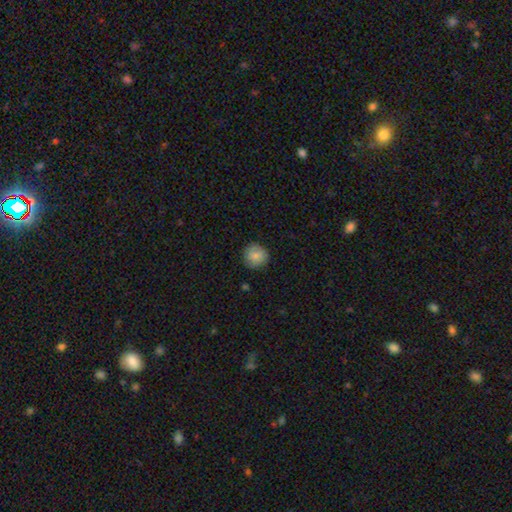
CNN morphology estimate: smooth-or-featured: smooth: 83% | featured or disk: 10% | star or artifact: 8%
  how-rounded: round: 93% | in between: 6% | cigar-shaped: 1%
  merging: none: 85% | minor disturbance: 11% | major disturbance: 2% | merger: 1%